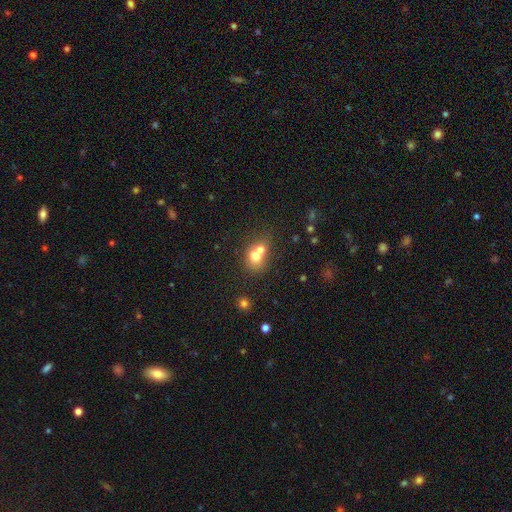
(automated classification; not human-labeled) Overall: smooth (68%). How rounded: round (65%; in between 34%). Merging: merger (64%; none 26%).